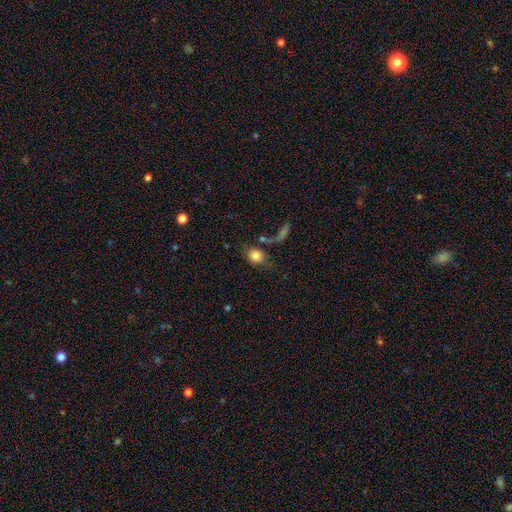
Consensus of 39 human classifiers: smooth 82%, featured or disk 10%, star or artifact 8%. Down the decision tree: how rounded — round (62%); merging — none (47%).